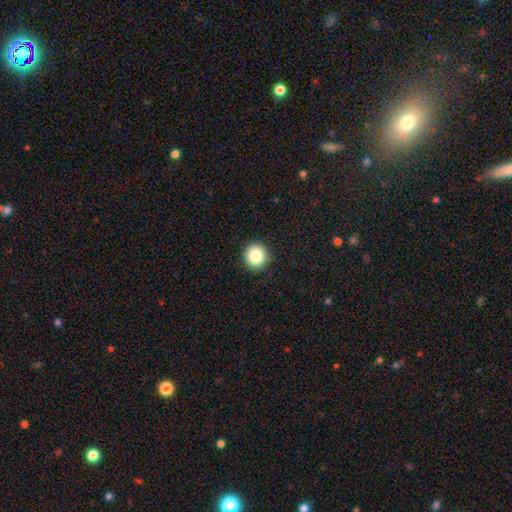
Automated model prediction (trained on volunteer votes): A smooth galaxy with no disk features (86%) that is round (93%). Merging: none (92%).